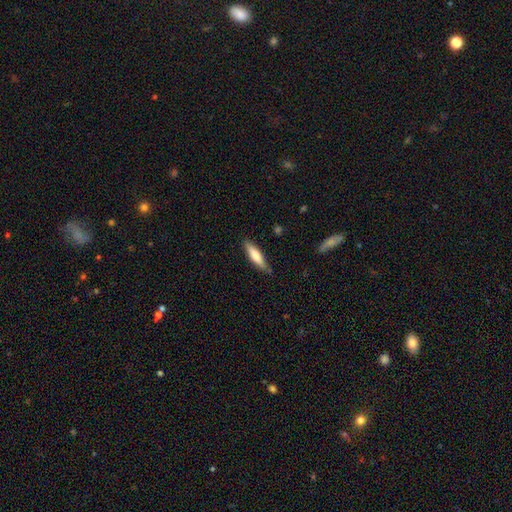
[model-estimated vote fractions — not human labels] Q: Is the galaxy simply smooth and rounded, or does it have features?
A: smooth — 68%.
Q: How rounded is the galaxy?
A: cigar-shaped — 72%.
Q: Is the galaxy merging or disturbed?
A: none — 82%.